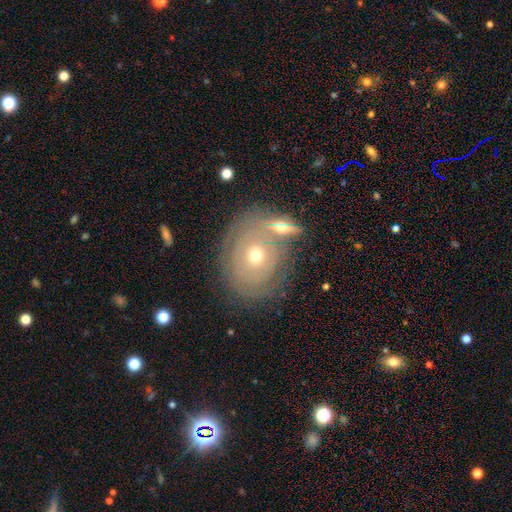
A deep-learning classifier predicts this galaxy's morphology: Q: Smooth or featured?
A: featured or disk (54%); runner-up: smooth (36%)
Q: Edge-on disk?
A: no (92%); runner-up: yes (8%)
Q: Merging?
A: none (60%); runner-up: merger (20%)